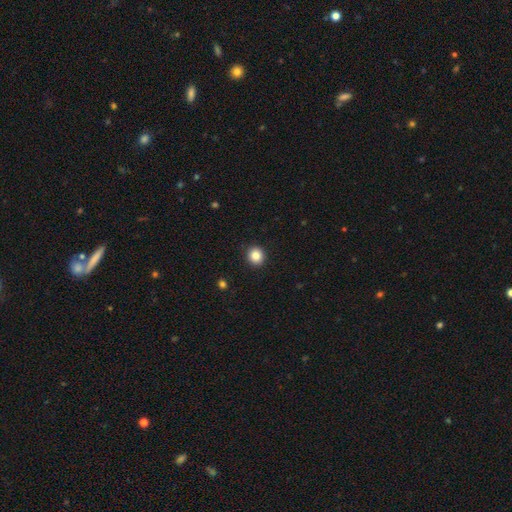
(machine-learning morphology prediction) A smooth galaxy with no disk features (85%) that is round (87%). Merging: none (93%).